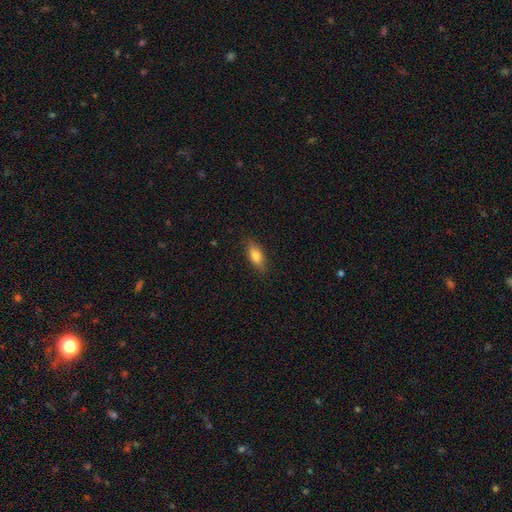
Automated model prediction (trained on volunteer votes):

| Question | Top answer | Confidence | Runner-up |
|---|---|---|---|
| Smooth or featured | smooth | 79% | featured or disk (14%) |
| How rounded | in between | 77% | cigar-shaped (19%) |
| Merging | none | 83% | minor disturbance (13%) |